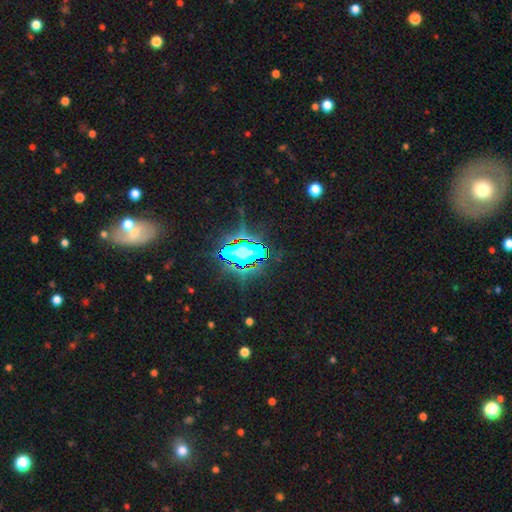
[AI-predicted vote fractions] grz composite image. It shows a star or artifact, not a galaxy (77%).